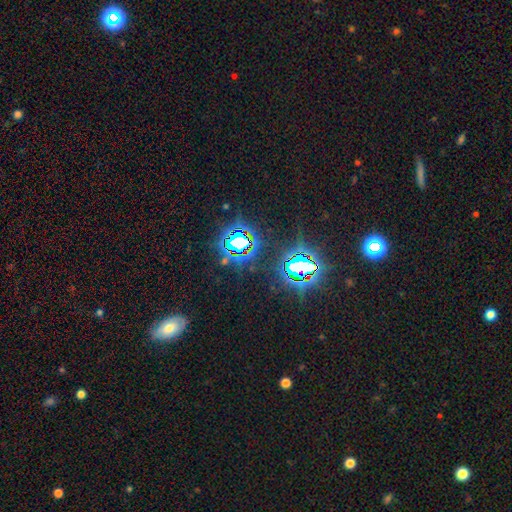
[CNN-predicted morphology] Q: Smooth or featured?
A: star or artifact (75%); runner-up: smooth (17%)